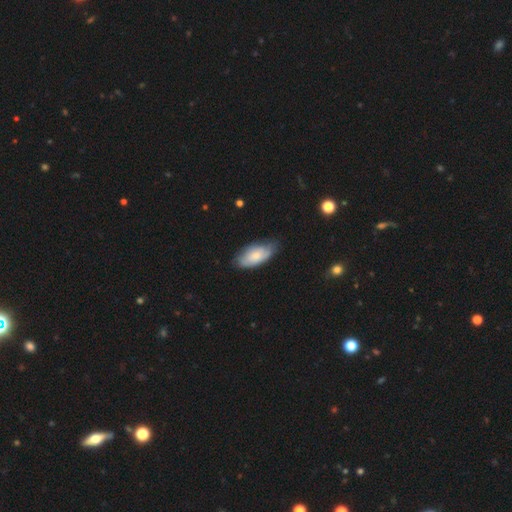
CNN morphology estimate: The model was most divided on "smooth or featured": smooth: 66%, featured or disk: 28%, star or artifact: 6%. More confident: how rounded — in between (91%); merging — none (66%).